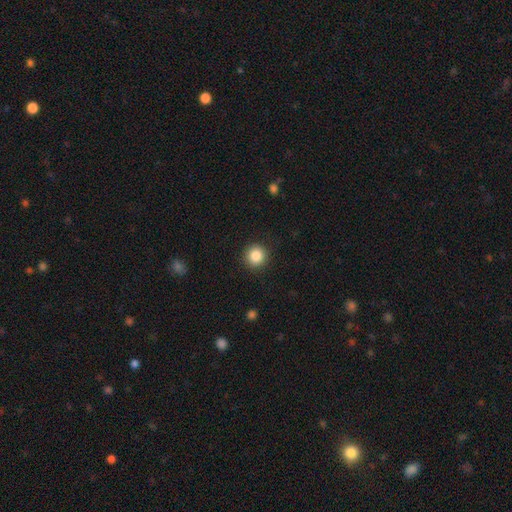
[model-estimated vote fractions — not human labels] Morphology: type=smooth (86%); roundness=round (94%); merging=none (91%).